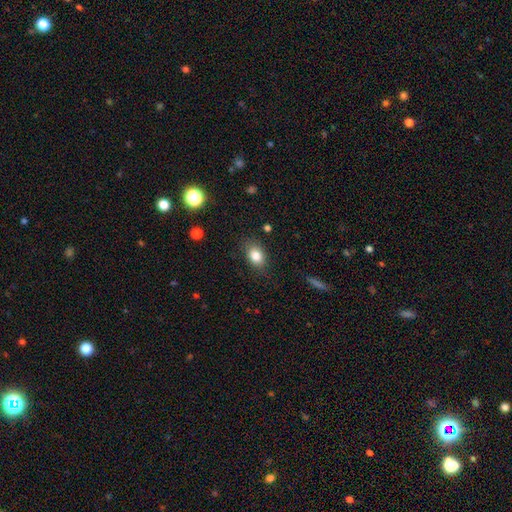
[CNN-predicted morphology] smooth 82%, star or artifact 9%, featured or disk 8%. Down the decision tree: how rounded — in between (75%); merging — none (80%).